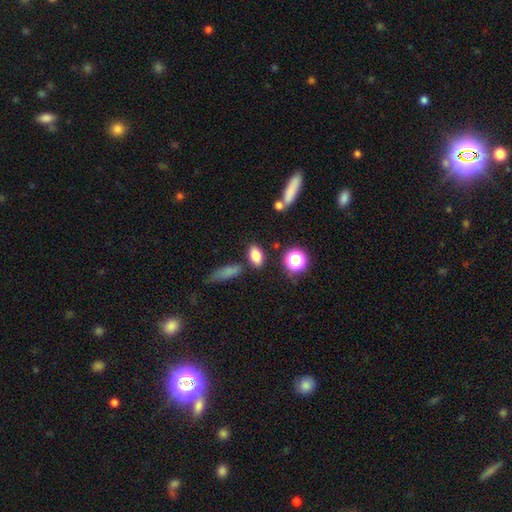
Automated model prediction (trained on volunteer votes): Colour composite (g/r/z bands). It shows a smooth galaxy with no disk features (79%) that is in between round and cigar-shaped (80%). Merging: none (78%).